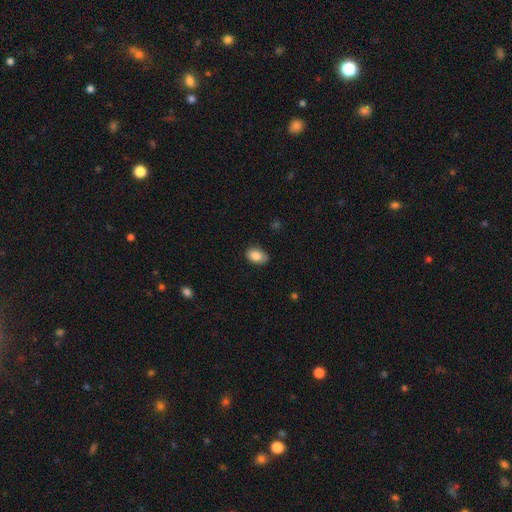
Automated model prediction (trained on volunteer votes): Smooth or featured? smooth (86%)
How rounded? in between (87%)
Merging? none (80%)